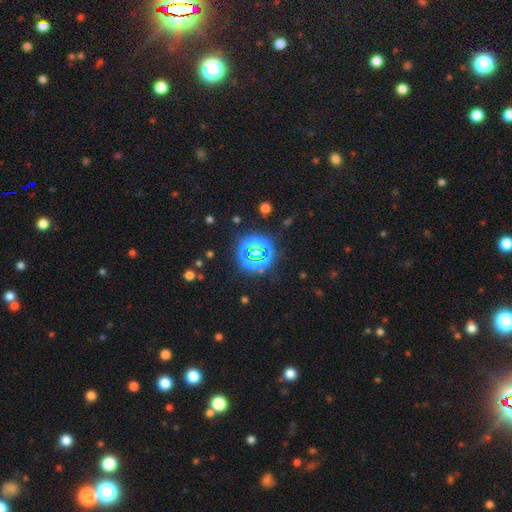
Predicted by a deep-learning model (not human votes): Q: Smooth or featured?
A: star or artifact (75%); runner-up: smooth (16%)